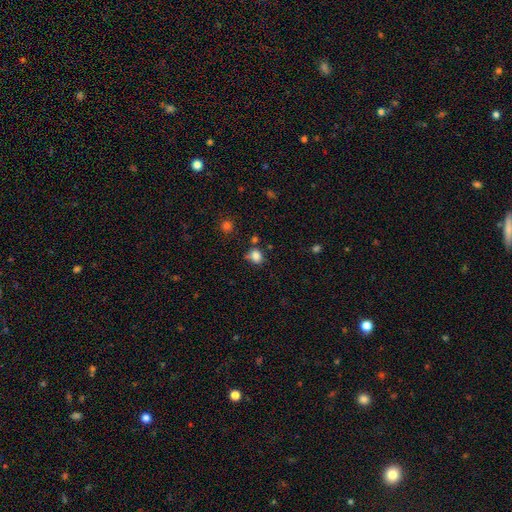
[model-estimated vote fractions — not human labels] smooth_or_featured: smooth (p=0.83) [alt: star or artifact p=0.11]
how_rounded: round (p=0.56) [alt: in between p=0.43]
merging: none (p=0.62) [alt: minor disturbance p=0.24]